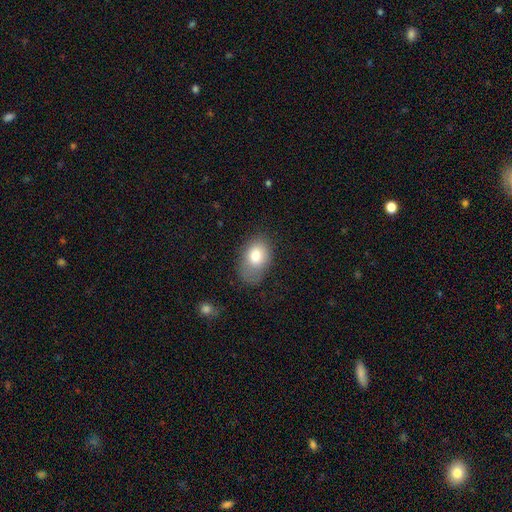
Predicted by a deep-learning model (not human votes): This appears to be a smooth galaxy with no disk features (79%) that is in between round and cigar-shaped (85%). Merging: none (56%).